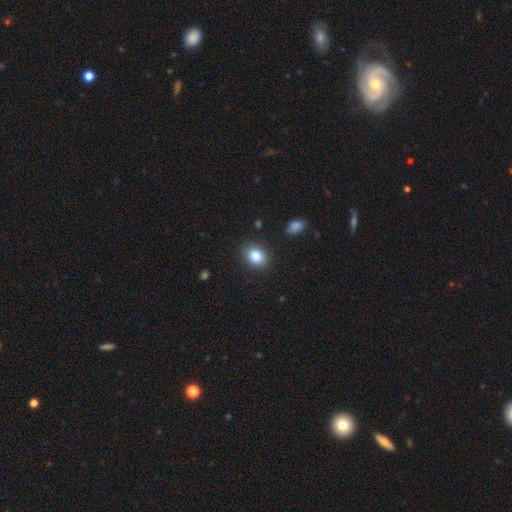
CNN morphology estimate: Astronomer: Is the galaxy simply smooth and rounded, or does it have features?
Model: smooth — 84%.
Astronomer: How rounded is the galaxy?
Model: in between — 51% (runner-up: round, 48%).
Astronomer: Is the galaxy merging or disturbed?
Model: none — 88%.